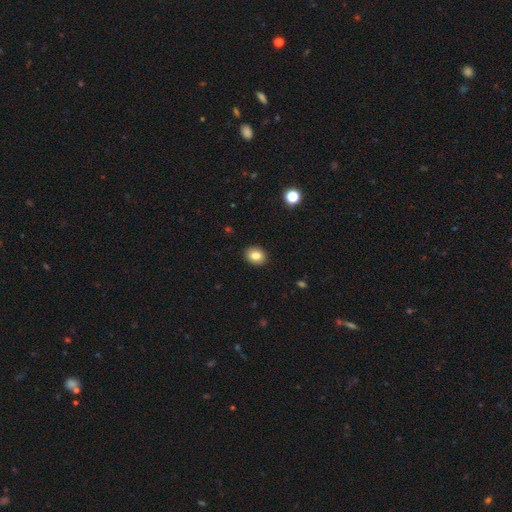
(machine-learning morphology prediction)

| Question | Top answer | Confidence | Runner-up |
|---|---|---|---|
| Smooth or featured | smooth | 82% | star or artifact (9%) |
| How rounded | in between | 51% | round (48%) |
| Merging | none | 91% | minor disturbance (7%) |